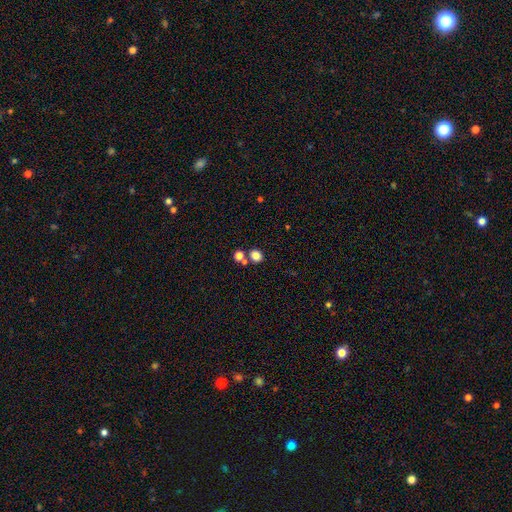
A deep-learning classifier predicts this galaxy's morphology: type=smooth (81%); roundness=round (74%); merging=none (65%).